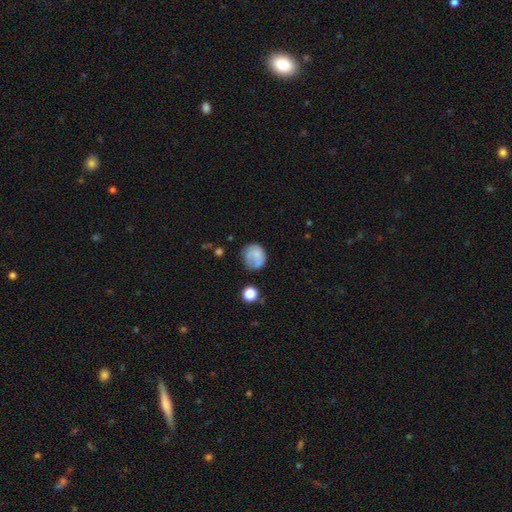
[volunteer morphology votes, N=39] Smooth or featured?
  - smooth: 74% *
  - featured or disk: 15%
  - star or artifact: 10%
How rounded?
  - round: 97% *
  - in between: 3%
  - cigar-shaped: 0%
Merging?
  - none: 71% *
  - major disturbance: 17%
  - minor disturbance: 11%
  - merger: 0%